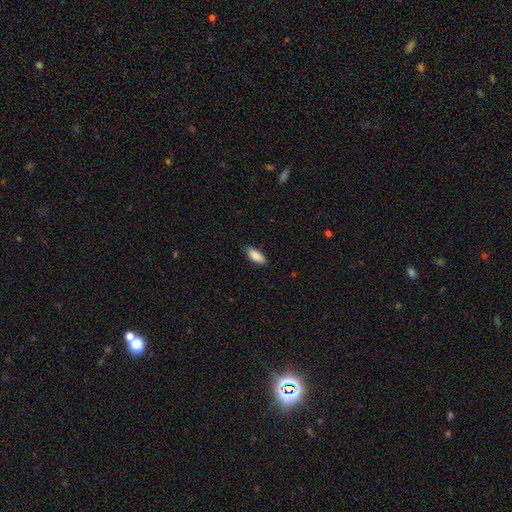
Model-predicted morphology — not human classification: A smooth galaxy with no disk features (89%) that is in between round and cigar-shaped (82%).

Vote fractions:
- Smooth or featured? smooth: 89% / star or artifact: 6% / featured or disk: 5%
- How rounded? in between: 82% / cigar-shaped: 17% / round: 2%
- Merging? none: 85% / minor disturbance: 12% / major disturbance: 2% / merger: 1%